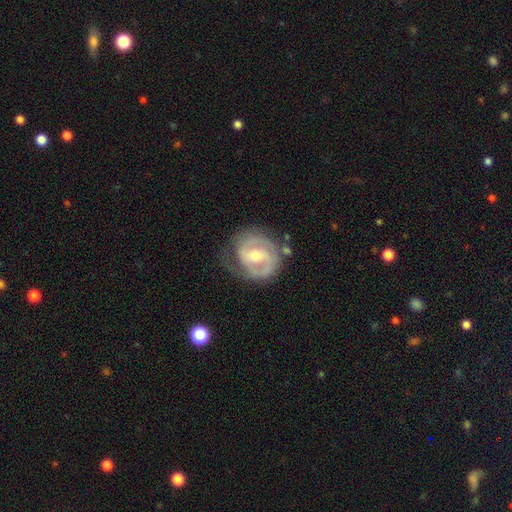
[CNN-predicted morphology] This is clearly a featured or disk galaxy (86%). It is clearly not viewed edge-on (98%). Bar: possibly weak (52%). Spiral arm pattern: clearly yes (95%). Spiral arm count: clearly 2 (84%). Spiral winding: possibly tight (51%). Central bulge: likely moderate (61%). Merging: likely none (69%).